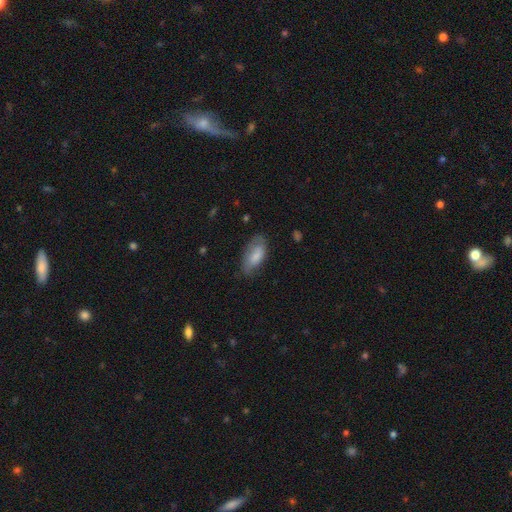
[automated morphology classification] Smooth or featured?
  - smooth: 75% *
  - featured or disk: 19%
  - star or artifact: 6%
How rounded?
  - in between: 89% *
  - cigar-shaped: 8%
  - round: 2%
Merging?
  - none: 59% *
  - minor disturbance: 30%
  - major disturbance: 9%
  - merger: 2%